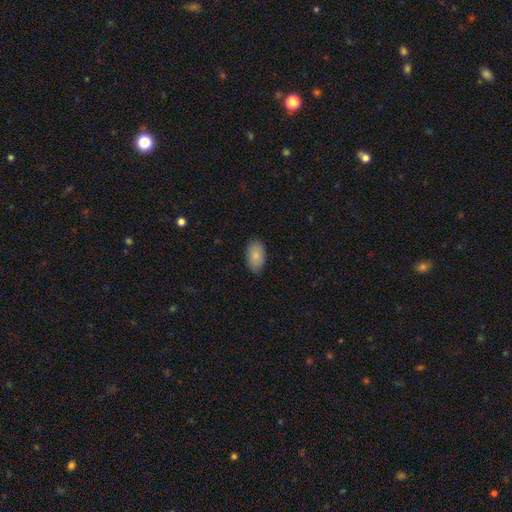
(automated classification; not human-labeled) smooth 85%, featured or disk 8%, star or artifact 7%. Down the decision tree: how rounded — in between (94%); merging — none (86%).